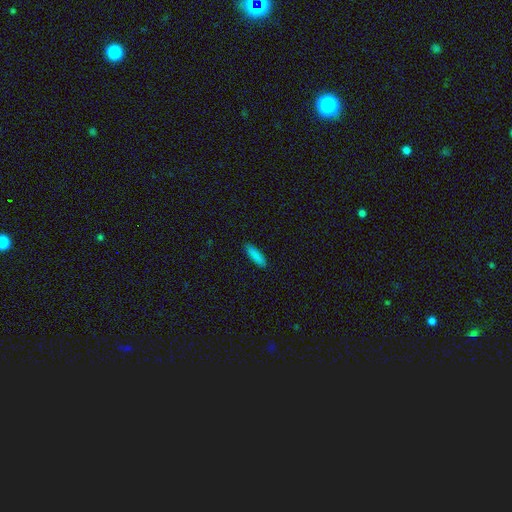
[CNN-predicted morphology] This is clearly a smooth galaxy (87%). How rounded: likely cigar-shaped (67%). Merging: clearly none (89%).